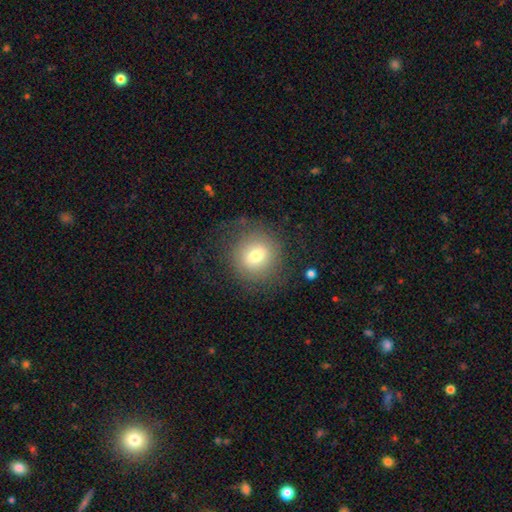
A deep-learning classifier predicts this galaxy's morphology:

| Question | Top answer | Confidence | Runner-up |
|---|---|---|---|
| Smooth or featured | smooth | 70% | featured or disk (20%) |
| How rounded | round | 87% | in between (12%) |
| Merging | none | 72% | minor disturbance (15%) |